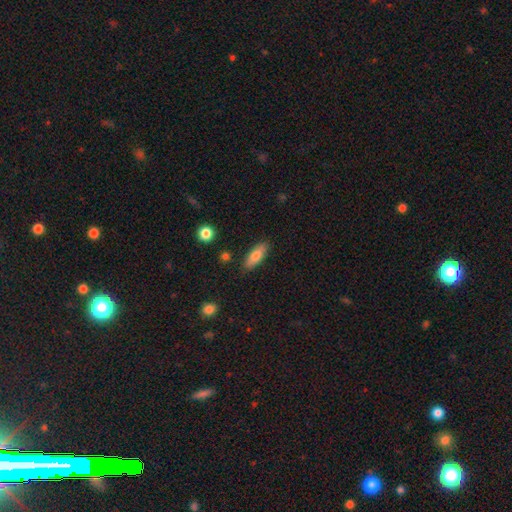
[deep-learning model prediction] This appears to be a smooth galaxy with no disk features (75%) that is in between round and cigar-shaped (64%). Merging: none (86%).